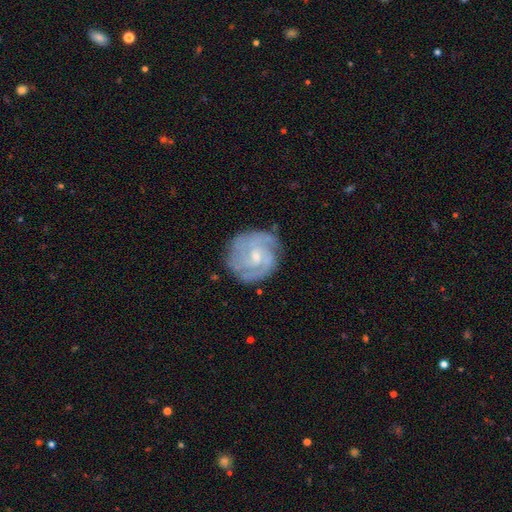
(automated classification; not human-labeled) This is clearly a featured or disk galaxy (83%). It is clearly not viewed edge-on (98%). Bar: possibly no (48%). Spiral arm pattern: clearly yes (95%). Spiral arm count: marginally 3 (31%). Spiral winding: likely tight (60%). Central bulge: possibly small (58%). Merging: likely none (77%).